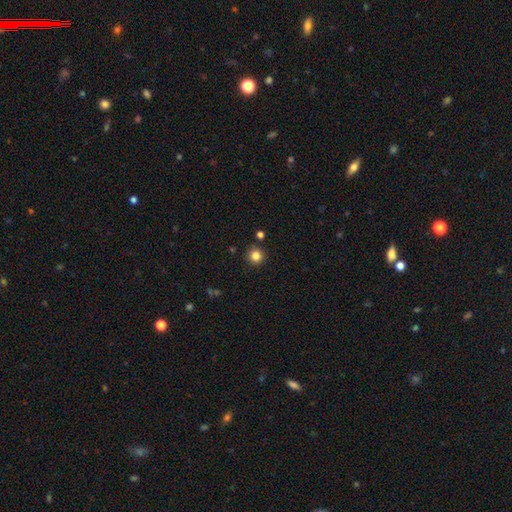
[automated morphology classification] Smooth or featured? Predicted: smooth (p=0.83). How rounded? Predicted: round (p=0.95). Merging? Predicted: none (p=0.90).